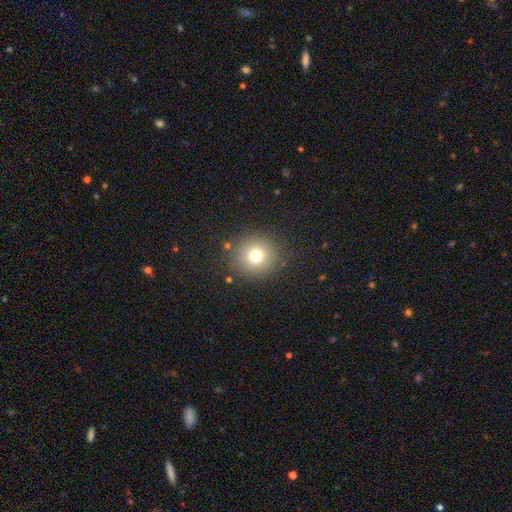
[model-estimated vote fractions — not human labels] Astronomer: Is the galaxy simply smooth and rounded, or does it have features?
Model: smooth — 74%.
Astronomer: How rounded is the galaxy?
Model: round — 93%.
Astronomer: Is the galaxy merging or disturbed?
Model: none — 88%.